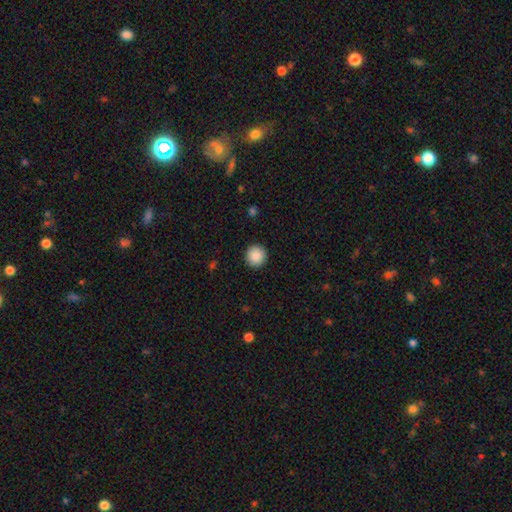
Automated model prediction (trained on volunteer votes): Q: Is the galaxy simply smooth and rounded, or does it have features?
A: smooth — 89%.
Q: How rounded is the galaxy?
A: round — 94%.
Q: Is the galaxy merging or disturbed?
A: none — 93%.